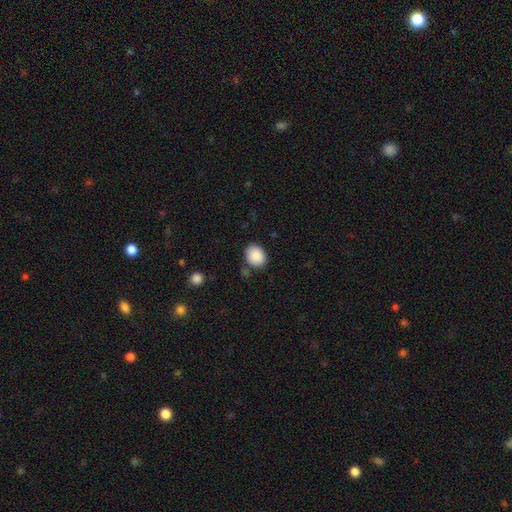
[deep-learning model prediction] smooth_or_featured: smooth (p=0.89) [alt: star or artifact p=0.07]
how_rounded: in between (p=0.58) [alt: round p=0.41]
merging: none (p=0.80) [alt: minor disturbance p=0.13]